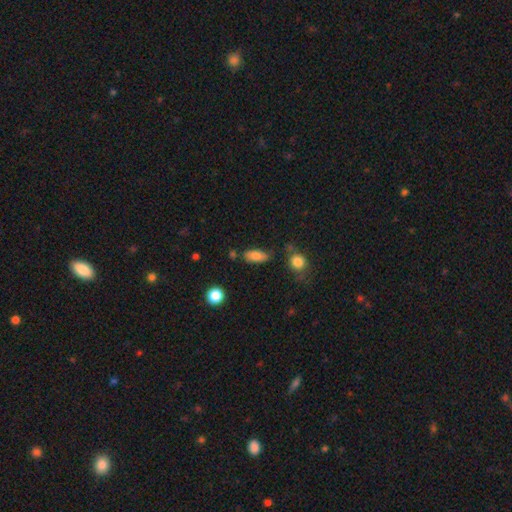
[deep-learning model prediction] This appears to be a smooth galaxy with no disk features (81%) that is in between round and cigar-shaped (83%). Merging: none (71%).